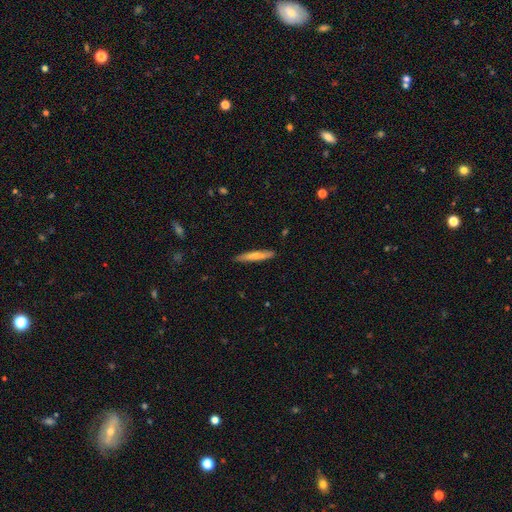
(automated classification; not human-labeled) This is likely a smooth galaxy (64%). How rounded: clearly cigar-shaped (93%). Merging: clearly none (88%).